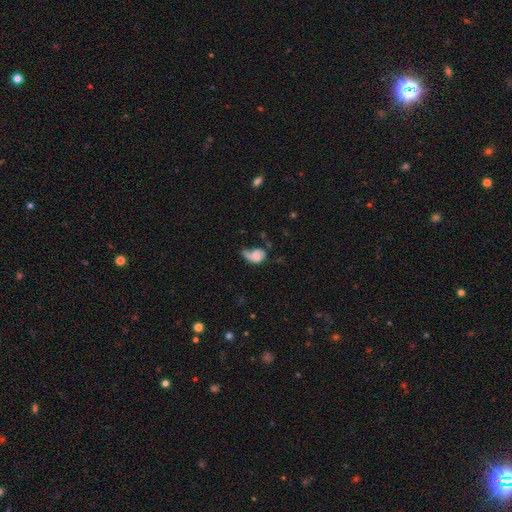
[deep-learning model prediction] Q: Smooth or featured?
A: smooth (56%); runner-up: featured or disk (34%)
Q: How rounded?
A: in between (71%); runner-up: round (27%)
Q: Merging?
A: major disturbance (41%); runner-up: minor disturbance (27%)